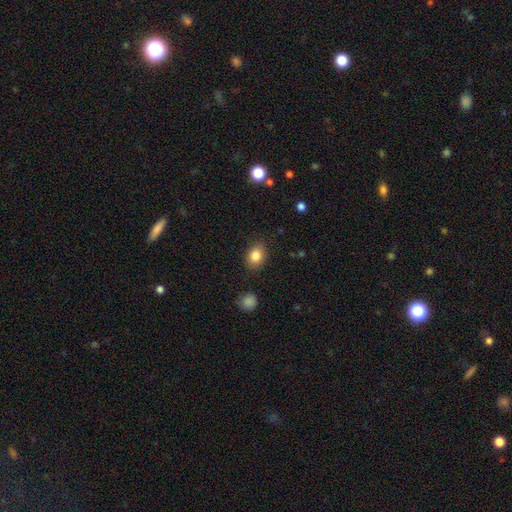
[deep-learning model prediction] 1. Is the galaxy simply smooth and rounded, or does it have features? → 84% smooth, 9% star or artifact, 6% featured or disk.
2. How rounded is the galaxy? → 62% in between, 37% round, 1% cigar-shaped.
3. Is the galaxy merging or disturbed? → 84% none, 11% minor disturbance, 3% major disturbance, 2% merger.